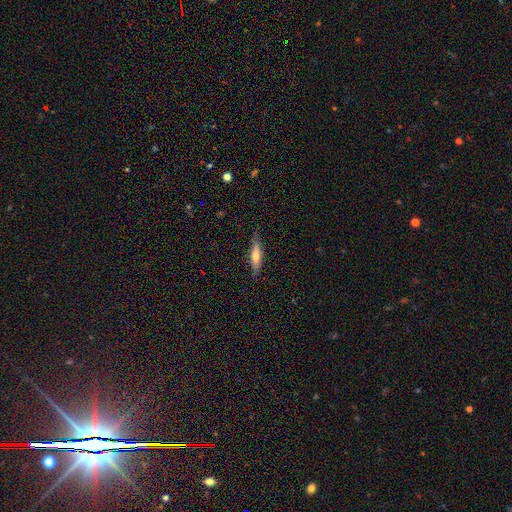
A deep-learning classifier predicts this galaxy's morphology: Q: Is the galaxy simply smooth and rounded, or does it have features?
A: smooth — 55%.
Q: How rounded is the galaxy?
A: cigar-shaped — 79%.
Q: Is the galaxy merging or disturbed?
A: none — 84%.